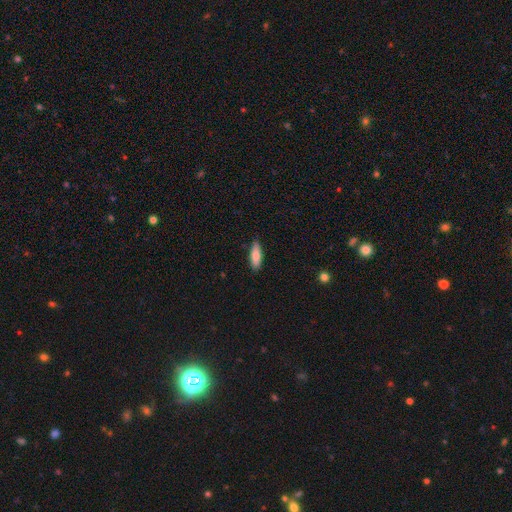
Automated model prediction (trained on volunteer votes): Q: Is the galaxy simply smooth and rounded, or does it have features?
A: smooth — 83%.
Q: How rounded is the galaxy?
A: in between — 57%.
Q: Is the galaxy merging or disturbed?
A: none — 86%.